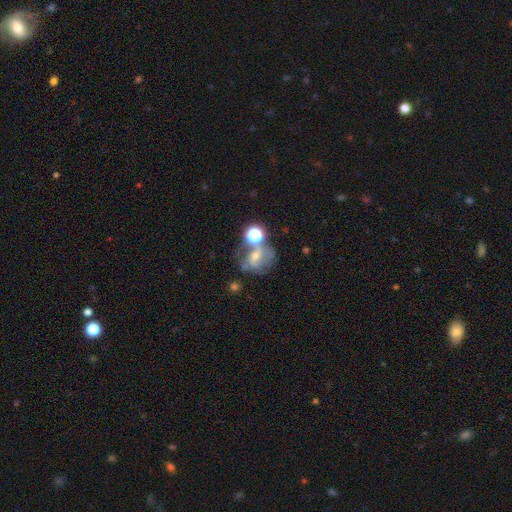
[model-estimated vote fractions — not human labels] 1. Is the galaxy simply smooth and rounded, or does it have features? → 50% featured or disk, 29% smooth, 22% star or artifact.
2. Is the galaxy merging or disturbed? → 40% none, 29% merger, 16% minor disturbance, 15% major disturbance.